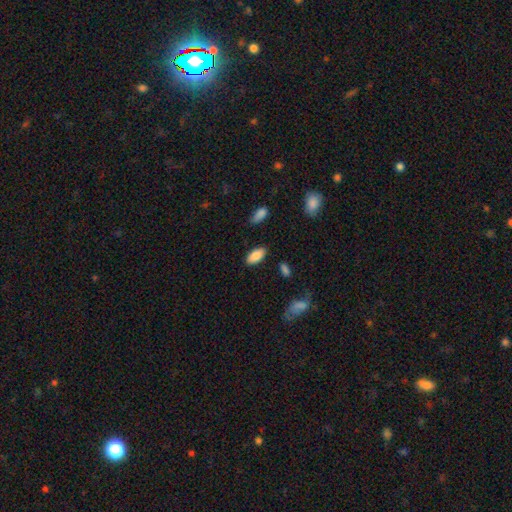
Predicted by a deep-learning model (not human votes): Smooth or featured: smooth — 87% (featured or disk — 7%)
How rounded: in between — 91% (cigar-shaped — 7%)
Merging: none — 85% (minor disturbance — 10%)